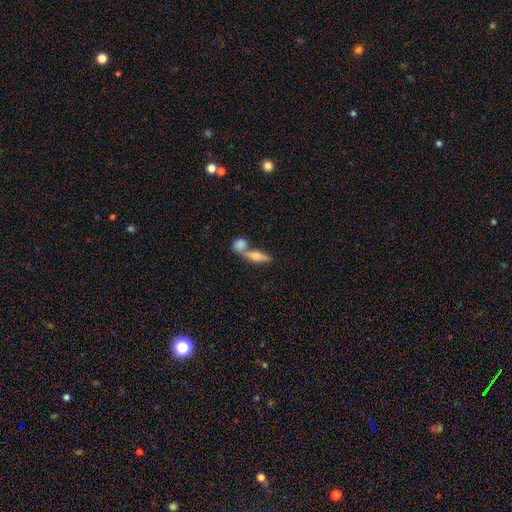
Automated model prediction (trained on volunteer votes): Overall: smooth (51%; featured or disk 41%). How rounded: cigar-shaped (51%; in between 43%). Merging: none (45%; merger 42%).